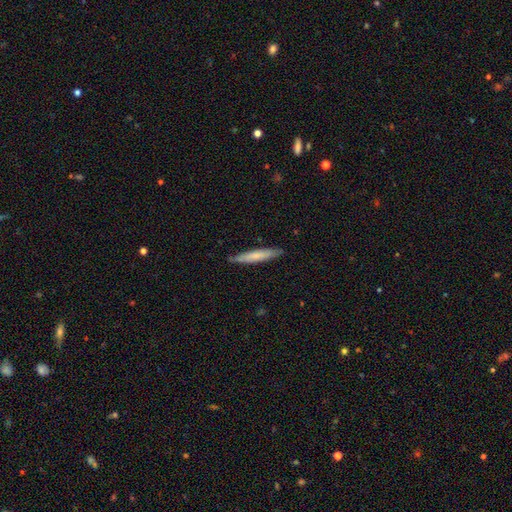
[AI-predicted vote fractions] This is likely a smooth galaxy (67%). How rounded: clearly cigar-shaped (93%). Merging: clearly none (87%).